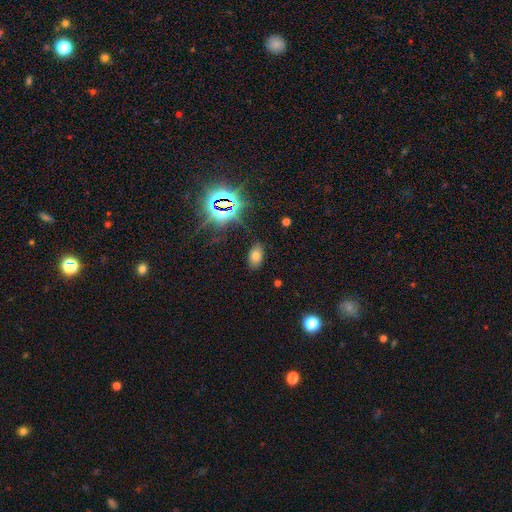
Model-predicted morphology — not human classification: This appears to be a smooth galaxy with no disk features (64%) that is in between round and cigar-shaped (91%). Merging: none (85%).